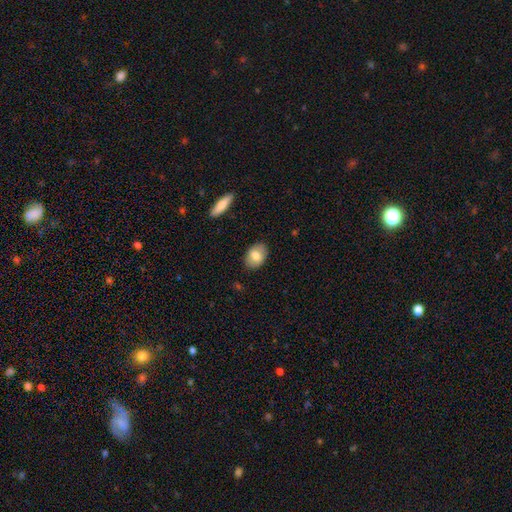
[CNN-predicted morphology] Q: Smooth or featured?
A: smooth (75%); runner-up: featured or disk (18%)
Q: How rounded?
A: in between (81%); runner-up: round (18%)
Q: Merging?
A: none (87%); runner-up: minor disturbance (10%)